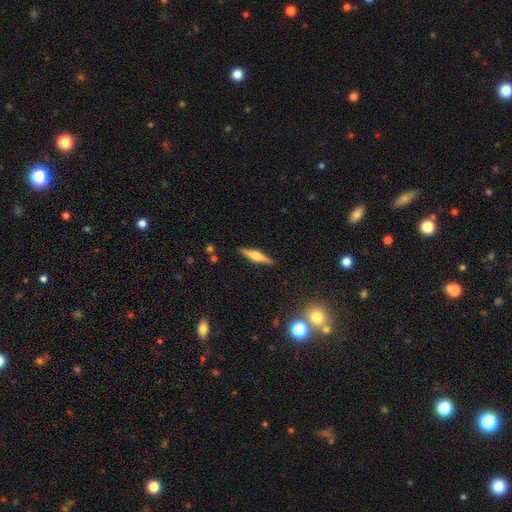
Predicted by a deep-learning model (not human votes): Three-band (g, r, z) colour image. It shows a featured or disk galaxy (70%) viewed edge-on (98%) with a rounded central bulge (92%). Merging: none (91%).